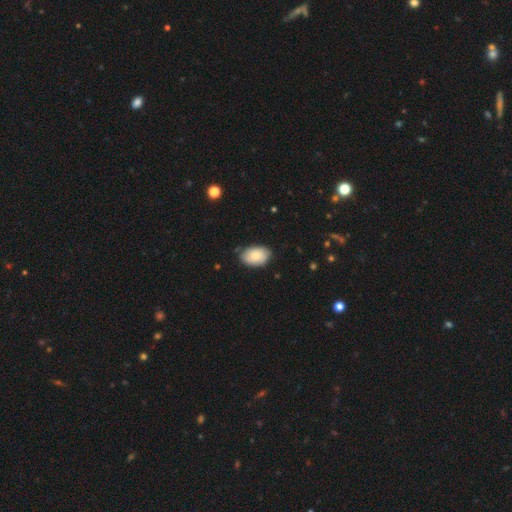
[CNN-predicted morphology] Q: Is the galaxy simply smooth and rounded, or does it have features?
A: smooth — 78%.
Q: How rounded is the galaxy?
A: in between — 90%.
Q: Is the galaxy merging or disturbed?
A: none — 77%.